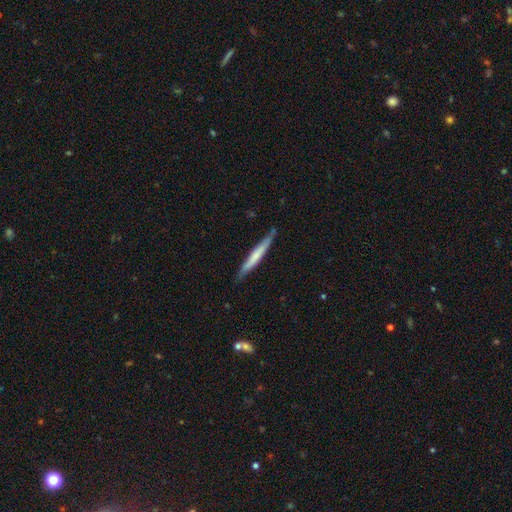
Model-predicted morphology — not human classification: Q: Smooth or featured?
A: smooth (53%); runner-up: featured or disk (42%)
Q: How rounded?
A: cigar-shaped (96%); runner-up: in between (3%)
Q: Merging?
A: none (83%); runner-up: minor disturbance (14%)